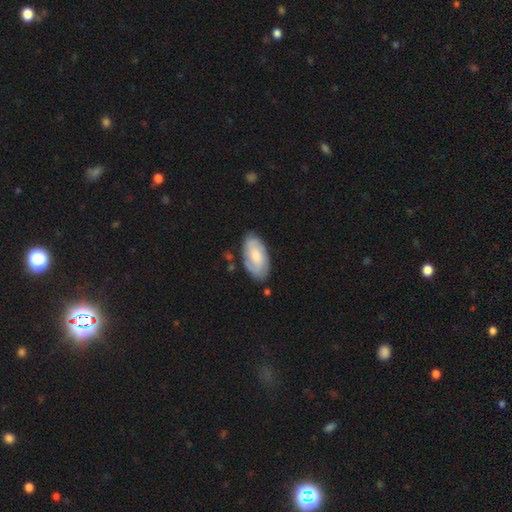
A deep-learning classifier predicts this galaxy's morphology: The model was most divided on "bulge size": moderate: 43%, small: 40%, large: 8%, none: 7%, dominant: 2%. More confident: edge-on disk — no (94%); spiral arms — yes (86%); merging — none (76%); bar — no (61%); smooth or featured — featured or disk (55%).